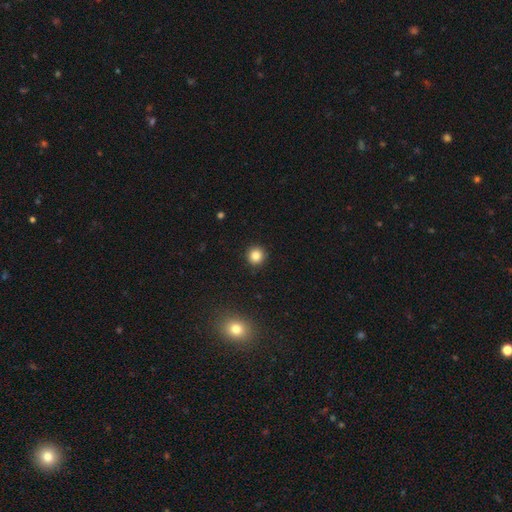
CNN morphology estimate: This appears to be a smooth galaxy with no disk features (84%) that is round (94%). Merging: none (92%).